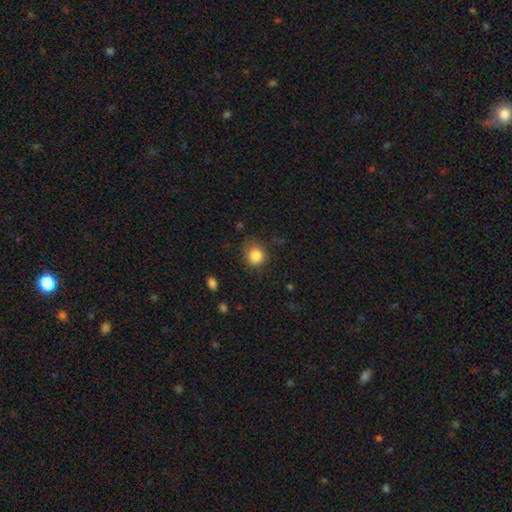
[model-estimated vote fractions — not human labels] The model was most divided on "merging": none: 75%, minor disturbance: 19%, major disturbance: 5%, merger: 2%. More confident: smooth or featured — smooth (85%); how rounded — round (79%).